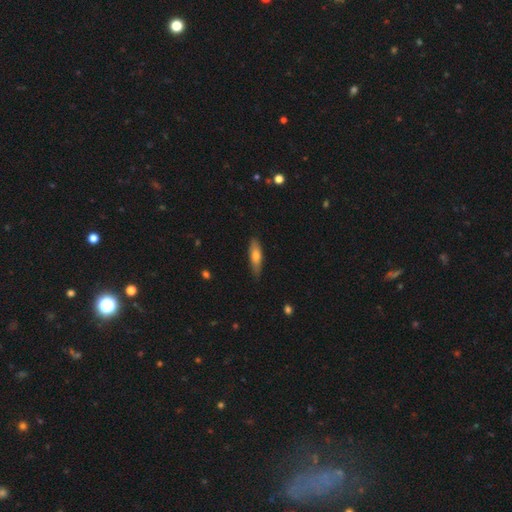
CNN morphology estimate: Smooth or featured: smooth — 66% (featured or disk — 28%)
How rounded: cigar-shaped — 55% (in between — 42%)
Merging: none — 82% (minor disturbance — 15%)